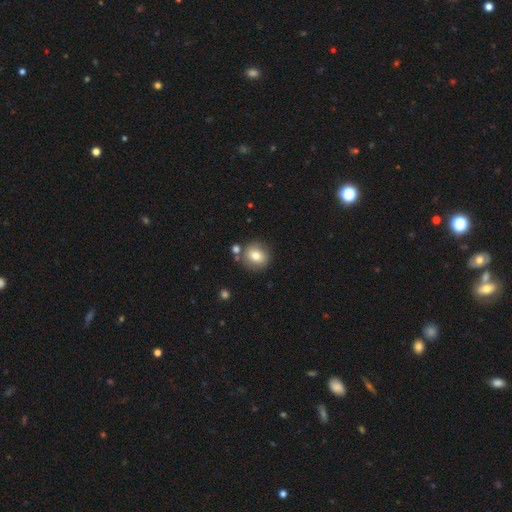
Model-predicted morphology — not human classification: This appears to be a smooth galaxy with no disk features (74%) that is round (84%). Merging: none (77%).